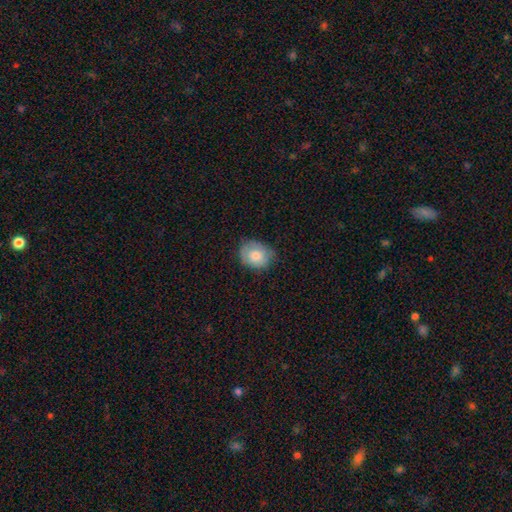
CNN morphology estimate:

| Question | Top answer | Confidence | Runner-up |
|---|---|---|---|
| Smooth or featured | smooth | 75% | featured or disk (18%) |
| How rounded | in between | 54% | round (45%) |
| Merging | none | 69% | minor disturbance (25%) |